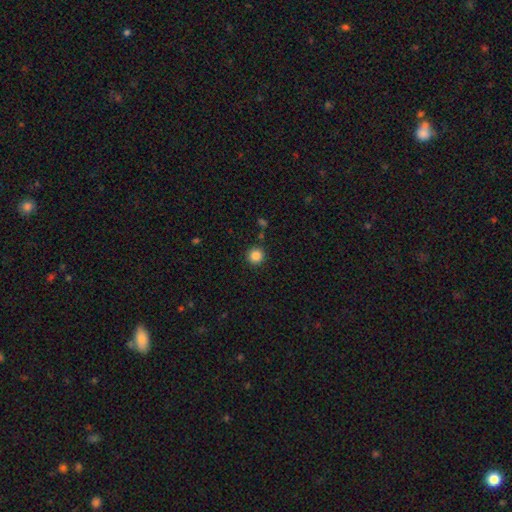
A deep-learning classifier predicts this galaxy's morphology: smooth 85%, star or artifact 11%, featured or disk 4%. Down the decision tree: how rounded — round (95%); merging — none (90%).